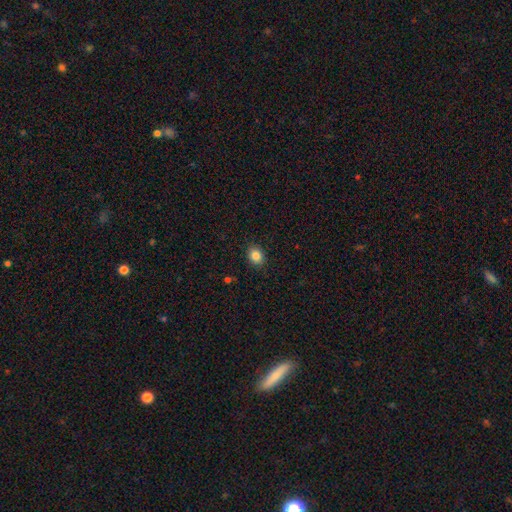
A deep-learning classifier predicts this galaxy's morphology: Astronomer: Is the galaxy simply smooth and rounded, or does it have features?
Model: smooth — 85%.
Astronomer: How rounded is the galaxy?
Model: round — 51% (runner-up: in between, 48%).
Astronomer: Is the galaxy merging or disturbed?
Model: none — 89%.